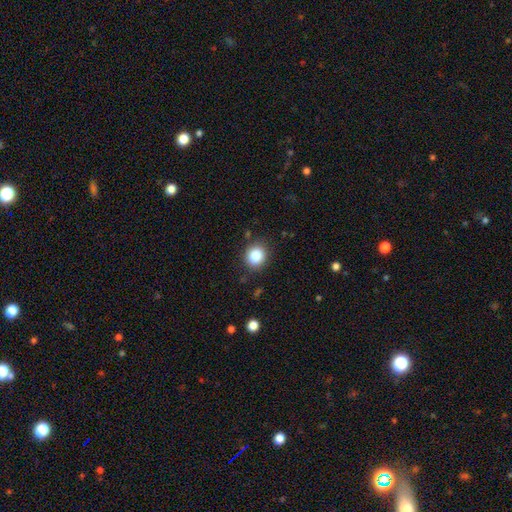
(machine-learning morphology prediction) Overall: smooth (86%). How rounded: round (82%). Merging: none (86%).